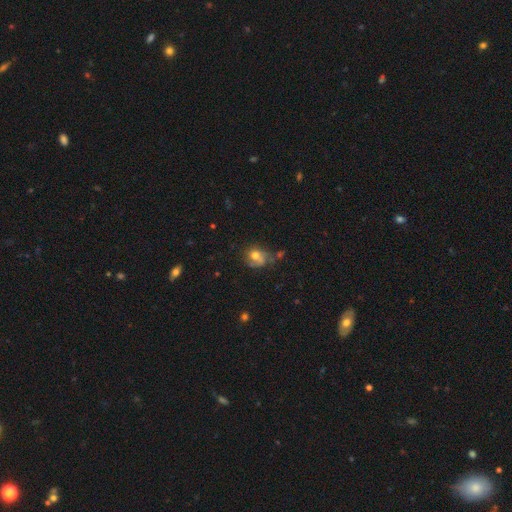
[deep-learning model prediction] The model was most divided on "how rounded": round: 55%, in between: 44%, cigar-shaped: 1%. Remaining: smooth or featured — smooth (61%); merging — none (42%).